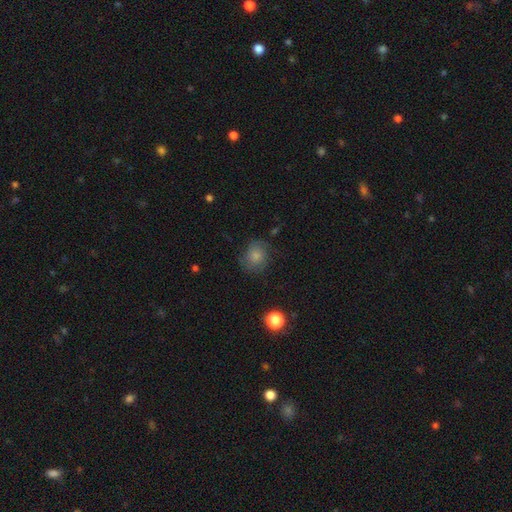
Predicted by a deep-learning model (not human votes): Overall: smooth (66%). How rounded: round (76%). Merging: none (67%).